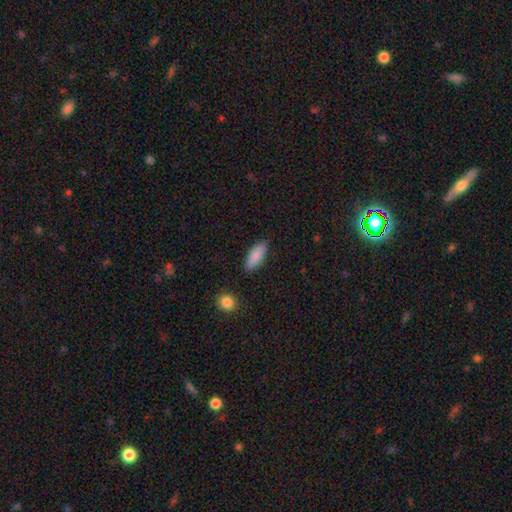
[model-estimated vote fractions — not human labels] Smooth or featured? Predicted: smooth (p=0.87). How rounded? Predicted: in between (p=0.75). Merging? Predicted: none (p=0.86).